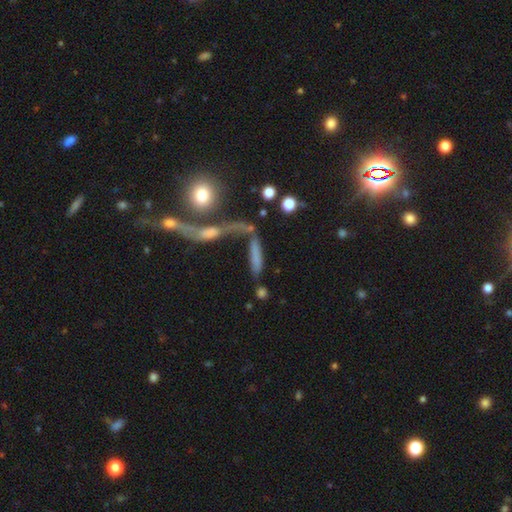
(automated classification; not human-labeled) This appears to be a smooth galaxy with no disk features (60%) that is cigar-shaped (75%). Merging: none (37%).